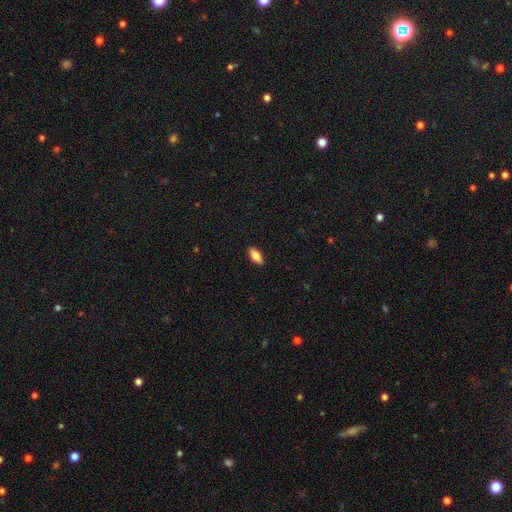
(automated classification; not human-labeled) Smooth or featured? Predicted: smooth (p=0.79). How rounded? Predicted: in between (p=0.85). Merging? Predicted: none (p=0.90).